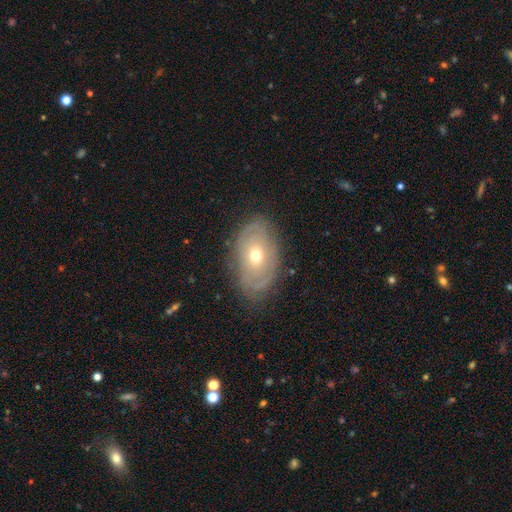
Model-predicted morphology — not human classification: Smooth or featured? featured or disk (66%)
Edge-on disk? no (91%)
Bar? no (84%)
Spiral arms? yes (64%)
Bulge size? moderate (56%)
Merging? none (78%)